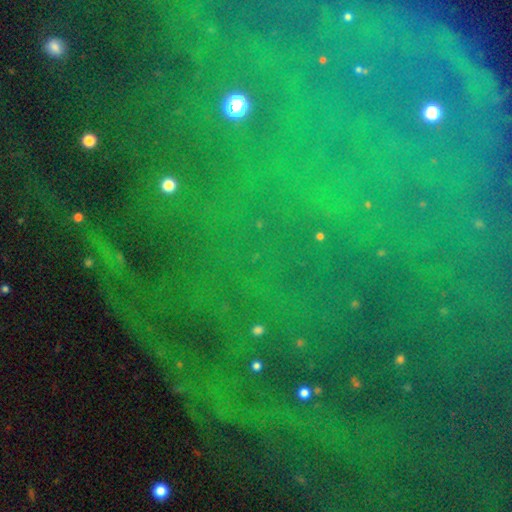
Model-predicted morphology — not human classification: Overall: star or artifact (84%).